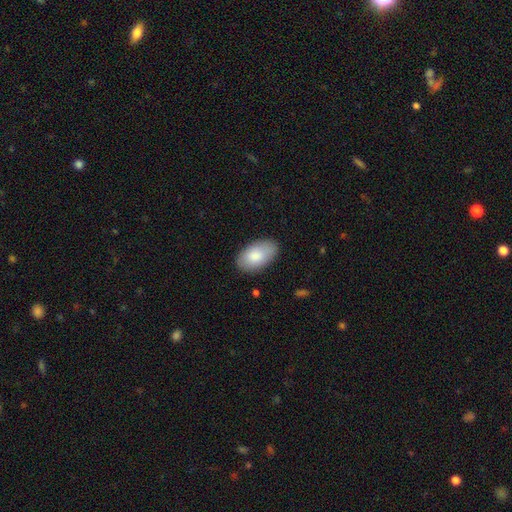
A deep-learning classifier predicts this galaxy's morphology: smooth_or_featured: smooth (p=0.84) [alt: featured or disk p=0.10]
how_rounded: in between (p=0.96) [alt: round p=0.03]
merging: none (p=0.85) [alt: minor disturbance p=0.12]